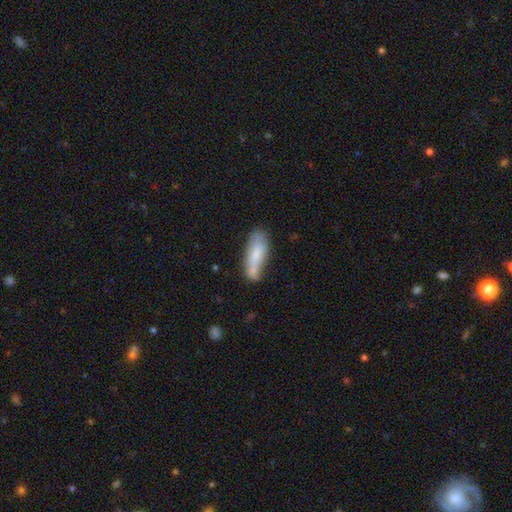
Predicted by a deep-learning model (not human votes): This appears to be a smooth galaxy with no disk features (68%) that is in between round and cigar-shaped (50%). Merging: none (52%).